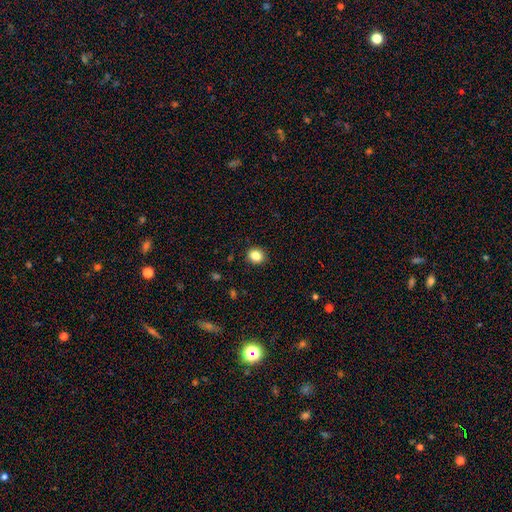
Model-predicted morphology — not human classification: type=smooth (85%); roundness=round (77%); merging=none (91%).